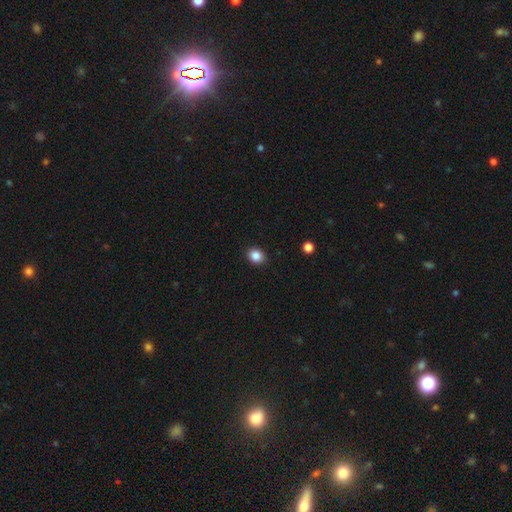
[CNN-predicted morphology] Overall: smooth (86%). How rounded: round (62%; in between 37%). Merging: none (90%).